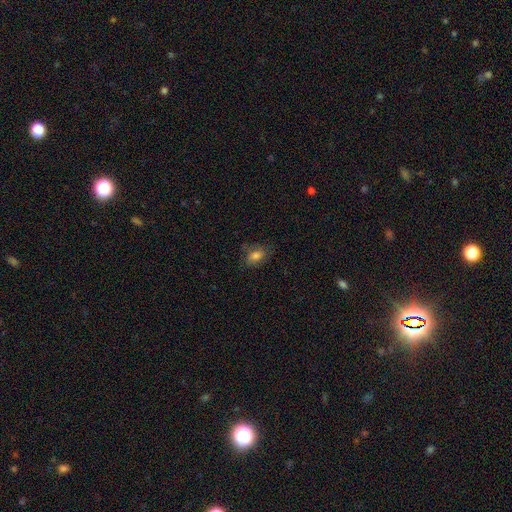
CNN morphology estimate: Smooth or featured? smooth (75%)
How rounded? in between (80%)
Merging? none (68%)